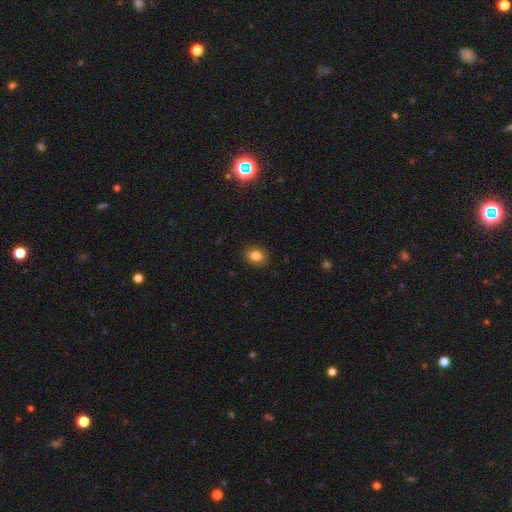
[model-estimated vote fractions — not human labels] smooth-or-featured: smooth: 83% | star or artifact: 10% | featured or disk: 6%
  how-rounded: round: 50% | in between: 49% | cigar-shaped: 1%
  merging: none: 88% | minor disturbance: 9% | major disturbance: 2% | merger: 1%